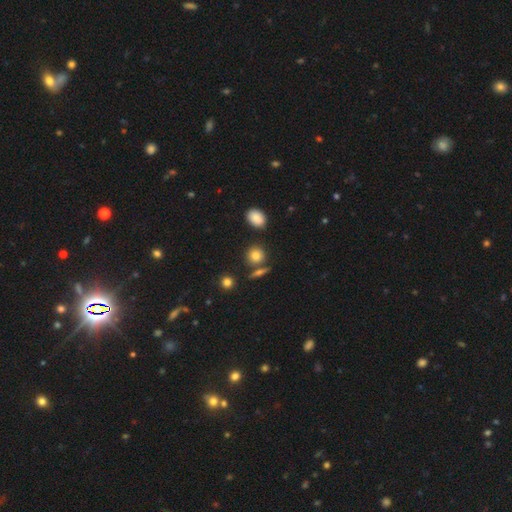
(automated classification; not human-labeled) A smooth galaxy with no disk features (79%) that is round (84%).

Vote fractions:
- Smooth or featured? smooth: 79% / star or artifact: 11% / featured or disk: 10%
- How rounded? round: 84% / in between: 13% / cigar-shaped: 2%
- Merging? none: 77% / merger: 11% / minor disturbance: 9% / major disturbance: 3%